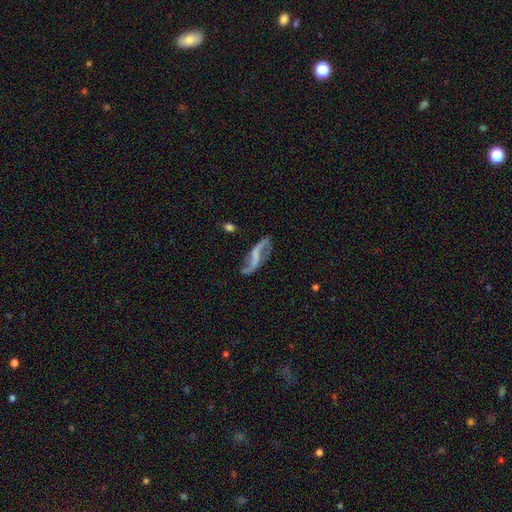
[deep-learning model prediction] smooth_or_featured: featured or disk (p=0.84) [alt: smooth p=0.09]
disk_edge_on: no (p=0.95) [alt: yes p=0.05]
bar: weak (p=0.37) [alt: strong p=0.34]
has_spiral_arms: yes (p=0.93) [alt: no p=0.07]
spiral_winding: loose (p=0.86) [alt: medium p=0.11]
spiral_arm_count: 2 (p=0.92) [alt: 1 p=0.03]
bulge_size: none (p=0.64) [alt: small p=0.23]
merging: none (p=0.70) [alt: minor disturbance p=0.16]